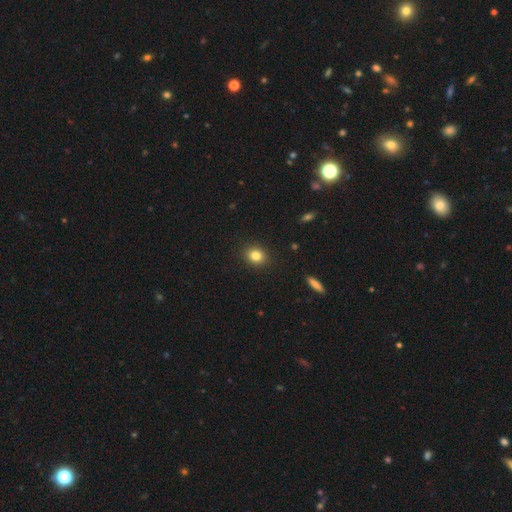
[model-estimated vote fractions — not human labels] Smooth or featured? smooth (83%)
How rounded? round (65%)
Merging? none (90%)